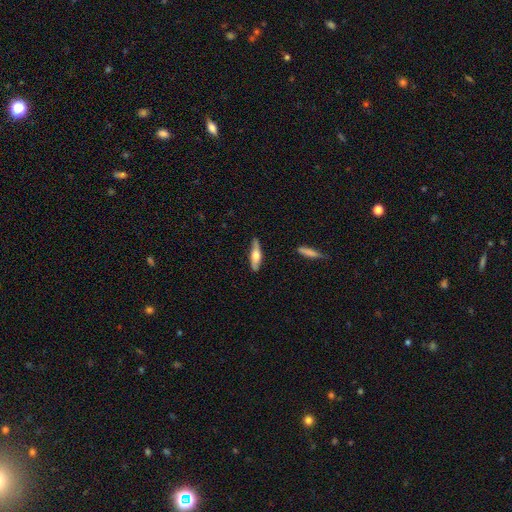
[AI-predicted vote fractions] Smooth or featured?
  - smooth: 53% *
  - featured or disk: 41%
  - star or artifact: 5%
How rounded?
  - cigar-shaped: 69% *
  - in between: 29%
  - round: 2%
Merging?
  - none: 82% *
  - minor disturbance: 14%
  - major disturbance: 2%
  - merger: 2%